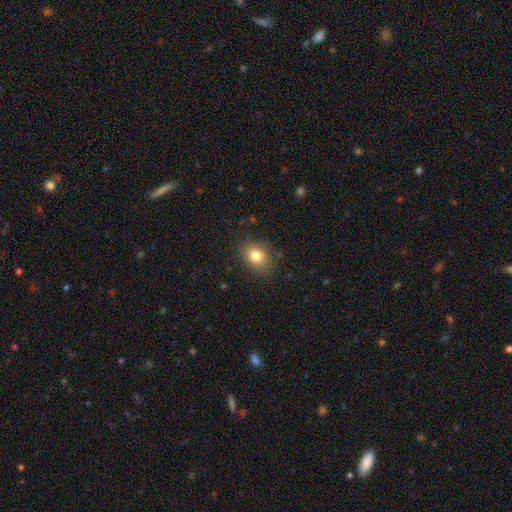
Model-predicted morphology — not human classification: Smooth or featured: smooth — 81% (star or artifact — 11%)
How rounded: in between — 52% (round — 47%)
Merging: none — 85% (minor disturbance — 11%)